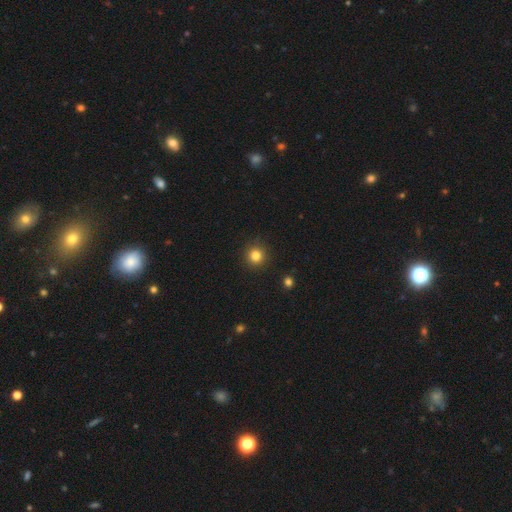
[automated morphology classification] A smooth galaxy with no disk features (83%) that is round (94%).

Vote fractions:
- Smooth or featured? smooth: 83% / star or artifact: 13% / featured or disk: 5%
- How rounded? round: 94% / in between: 5% / cigar-shaped: 1%
- Merging? none: 91% / minor disturbance: 5% / major disturbance: 2% / merger: 1%